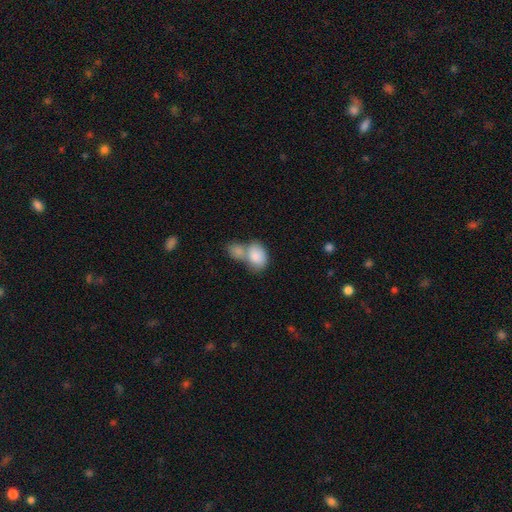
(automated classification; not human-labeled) smooth 83%, featured or disk 11%, star or artifact 6%. Down the decision tree: how rounded — in between (84%); merging — merger (67%).